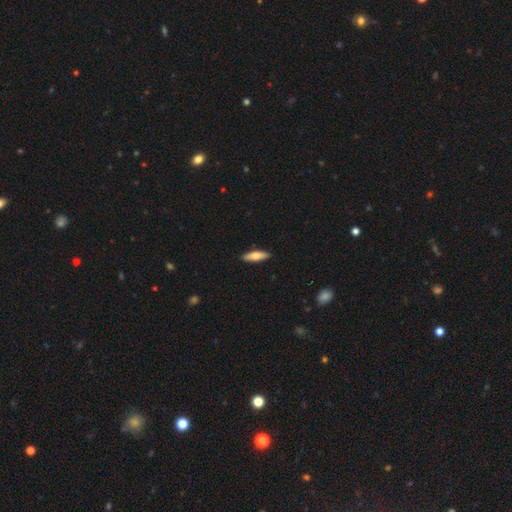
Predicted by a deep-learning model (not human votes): Smooth or featured? Predicted: smooth (p=0.65). How rounded? Predicted: cigar-shaped (p=0.62). Merging? Predicted: none (p=0.91).